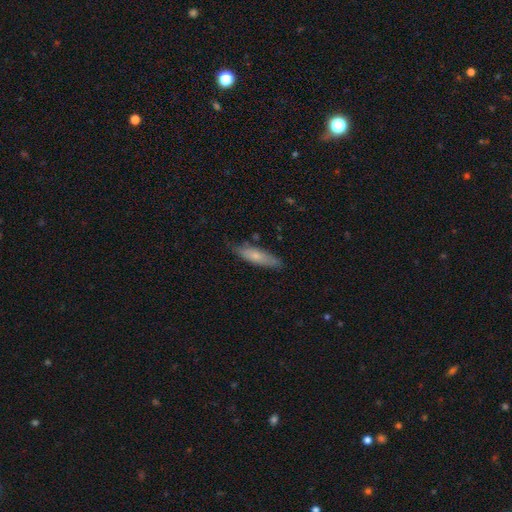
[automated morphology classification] smooth-or-featured: smooth: 65% | featured or disk: 29% | star or artifact: 6%
  how-rounded: cigar-shaped: 67% | in between: 31% | round: 2%
  merging: none: 75% | minor disturbance: 20% | major disturbance: 3% | merger: 2%